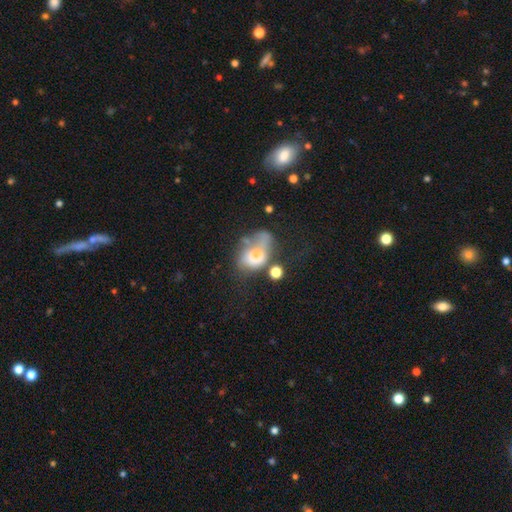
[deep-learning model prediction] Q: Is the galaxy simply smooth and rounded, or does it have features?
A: smooth — 60%.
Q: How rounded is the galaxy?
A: in between — 70%.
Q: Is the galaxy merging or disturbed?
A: major disturbance — 35%.